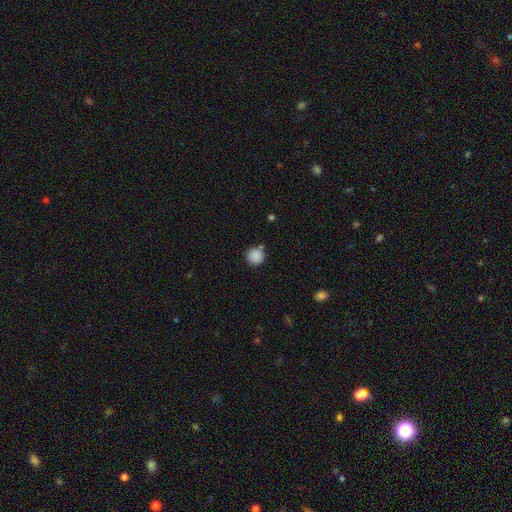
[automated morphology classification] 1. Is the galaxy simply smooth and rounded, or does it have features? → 88% smooth, 9% star or artifact, 3% featured or disk.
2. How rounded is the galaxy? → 94% round, 5% in between, 1% cigar-shaped.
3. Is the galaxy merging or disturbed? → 80% none, 10% minor disturbance, 7% merger, 3% major disturbance.